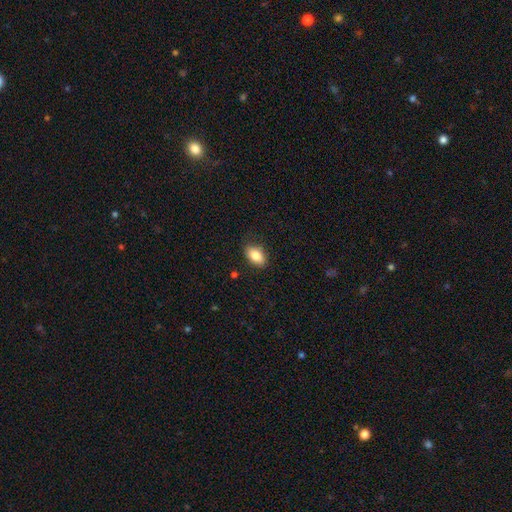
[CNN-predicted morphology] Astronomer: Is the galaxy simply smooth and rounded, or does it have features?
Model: smooth — 84%.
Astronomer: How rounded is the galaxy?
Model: in between — 90%.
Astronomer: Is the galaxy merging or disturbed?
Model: none — 83%.